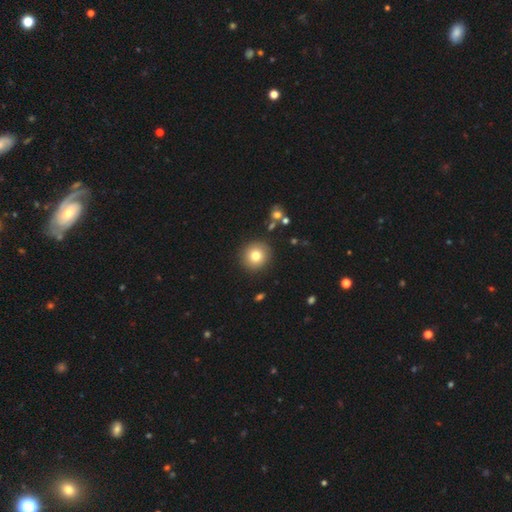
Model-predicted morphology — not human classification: smooth-or-featured: smooth: 78% | star or artifact: 11% | featured or disk: 11%
  how-rounded: round: 93% | in between: 6% | cigar-shaped: 1%
  merging: none: 89% | minor disturbance: 6% | major disturbance: 2% | merger: 2%